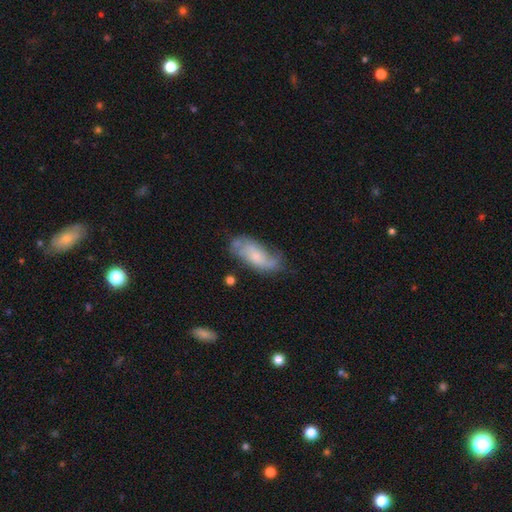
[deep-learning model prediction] Smooth or featured? Predicted: featured or disk (p=0.53). Edge-on disk? Predicted: no (p=0.90). Merging? Predicted: none (p=0.54).